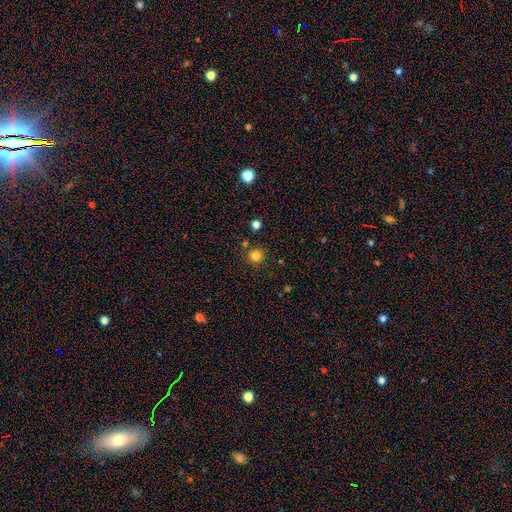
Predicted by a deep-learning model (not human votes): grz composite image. It shows a smooth galaxy with no disk features (82%) that is round (94%). Merging: none (85%).